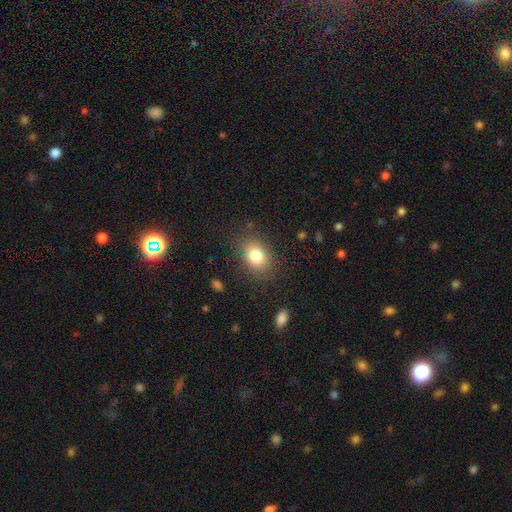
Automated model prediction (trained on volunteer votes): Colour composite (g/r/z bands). It shows a smooth galaxy with no disk features (80%) that is in between round and cigar-shaped (71%). Merging: none (82%).